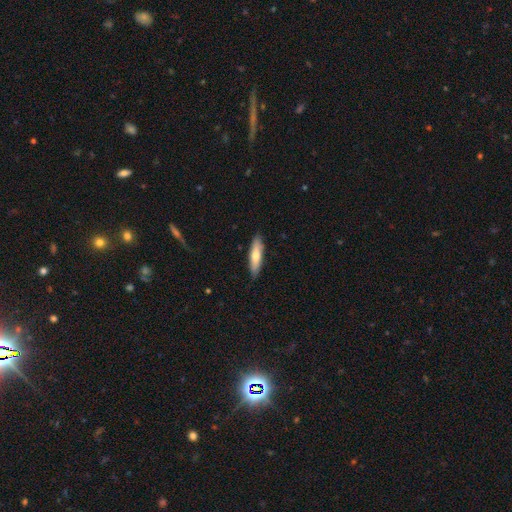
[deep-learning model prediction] Smooth or featured? Predicted: smooth (p=0.66). How rounded? Predicted: cigar-shaped (p=0.71). Merging? Predicted: none (p=0.87).